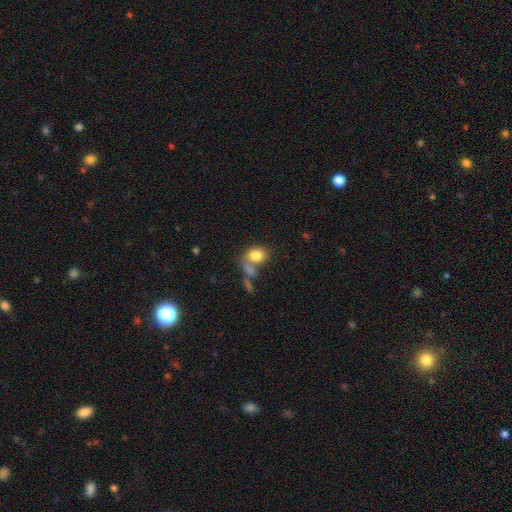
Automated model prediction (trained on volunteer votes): Q: Smooth or featured?
A: smooth (80%); runner-up: featured or disk (11%)
Q: How rounded?
A: in between (61%); runner-up: round (38%)
Q: Merging?
A: none (45%); runner-up: merger (33%)